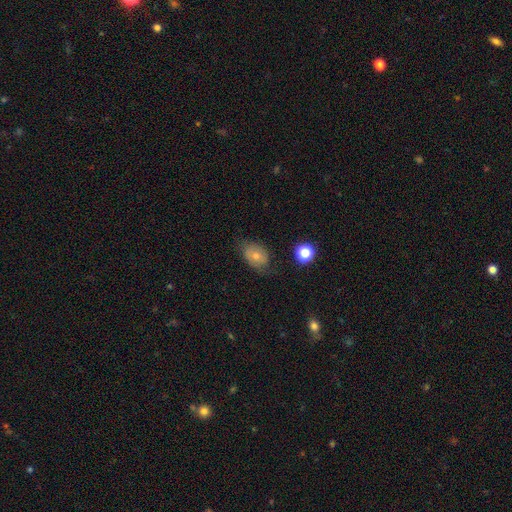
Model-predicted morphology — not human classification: smooth_or_featured: smooth (p=0.67) [alt: featured or disk p=0.23]
how_rounded: in between (p=0.76) [alt: round p=0.23]
merging: none (p=0.63) [alt: minor disturbance p=0.26]